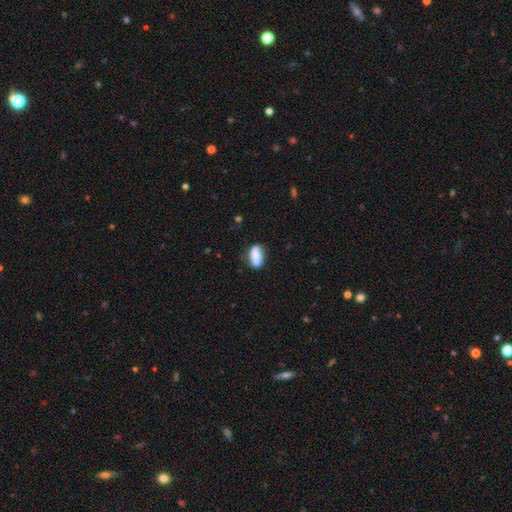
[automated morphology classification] Smooth or featured: smooth — 77% (featured or disk — 15%)
How rounded: in between — 82% (cigar-shaped — 12%)
Merging: none — 60% (minor disturbance — 23%)